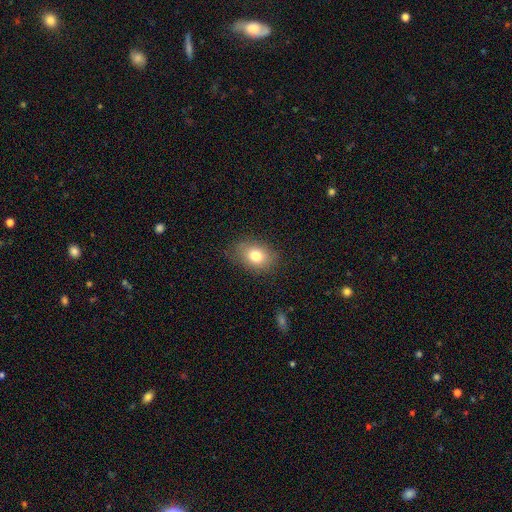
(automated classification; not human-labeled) smooth_or_featured: smooth (p=0.78) [alt: featured or disk p=0.12]
how_rounded: in between (p=0.75) [alt: round p=0.24]
merging: none (p=0.78) [alt: minor disturbance p=0.17]